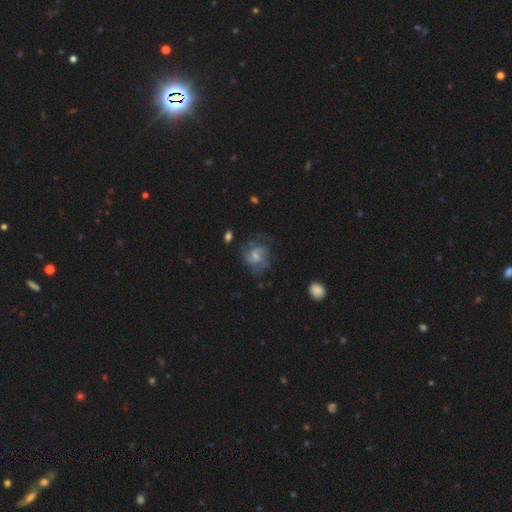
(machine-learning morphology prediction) The model was most divided on "bar": weak: 50%, no: 40%, strong: 10%. Remaining: edge-on disk — no (98%); spiral arms — yes (89%); smooth or featured — featured or disk (73%); merging — none (60%); spiral arm count — 2 (51%); spiral winding — medium (48%); bulge size — small (47%).